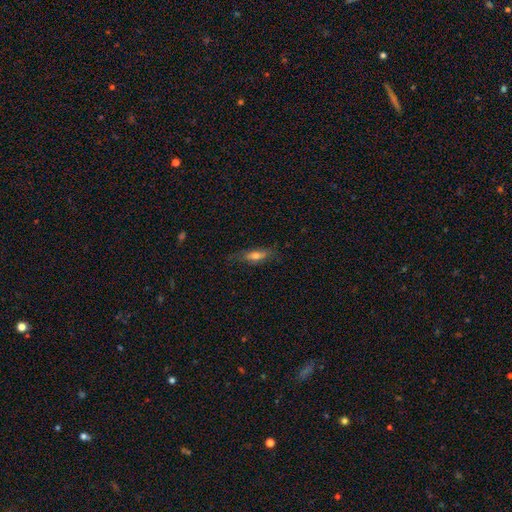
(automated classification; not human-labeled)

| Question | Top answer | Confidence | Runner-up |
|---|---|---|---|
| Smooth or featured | smooth | 57% | featured or disk (34%) |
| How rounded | in between | 49% | cigar-shaped (48%) |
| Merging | none | 69% | minor disturbance (22%) |